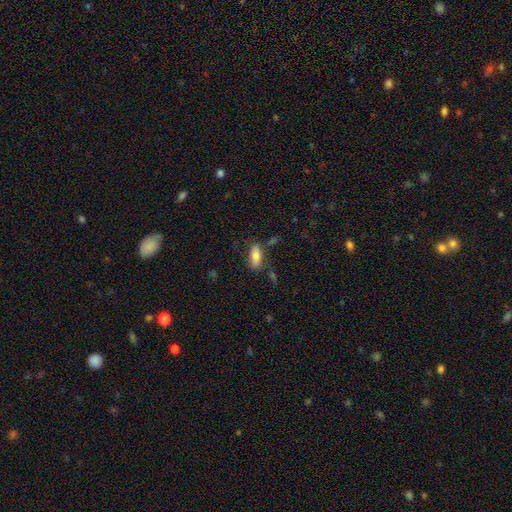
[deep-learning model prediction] Smooth or featured: smooth — 76% (featured or disk — 17%)
How rounded: in between — 76% (cigar-shaped — 22%)
Merging: none — 69% (minor disturbance — 18%)